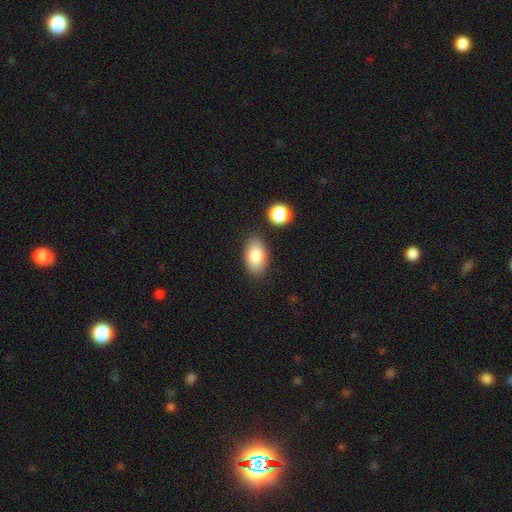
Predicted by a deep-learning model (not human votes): Overall: smooth (84%). How rounded: in between (92%). Merging: none (83%).